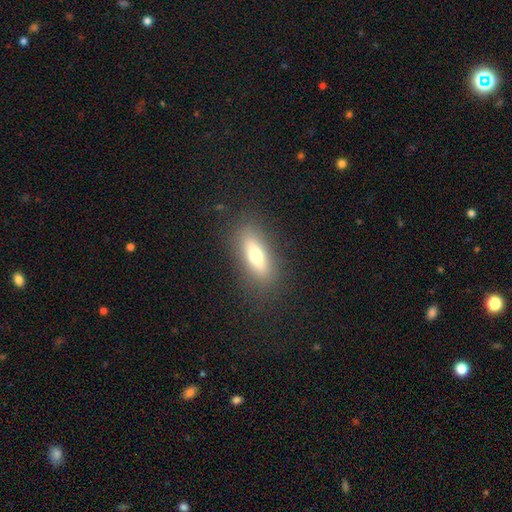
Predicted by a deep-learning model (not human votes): smooth_or_featured: smooth (p=0.63) [alt: featured or disk p=0.28]
how_rounded: in between (p=0.57) [alt: cigar-shaped p=0.39]
merging: none (p=0.85) [alt: minor disturbance p=0.10]